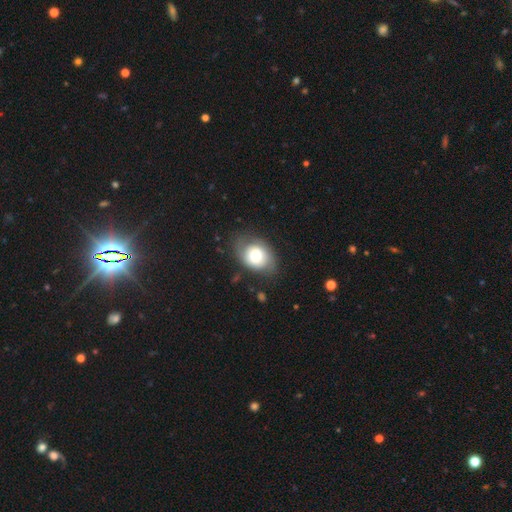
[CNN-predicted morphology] A smooth galaxy with no disk features (62%) that is in between round and cigar-shaped (64%).

Vote fractions:
- Smooth or featured? smooth: 62% / featured or disk: 30% / star or artifact: 8%
- How rounded? in between: 64% / round: 35% / cigar-shaped: 1%
- Merging? none: 67% / minor disturbance: 23% / major disturbance: 8% / merger: 2%